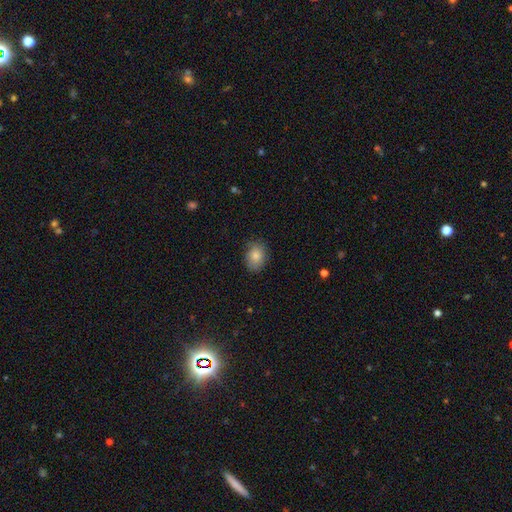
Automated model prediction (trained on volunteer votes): Overall: smooth (83%). How rounded: in between (61%; round 38%). Merging: none (77%).